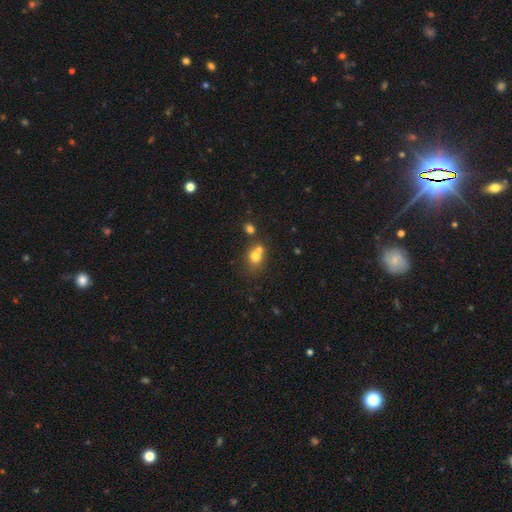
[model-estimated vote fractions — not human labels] This is likely a smooth galaxy (71%). How rounded: likely round (62%). Merging: possibly merger (49%).